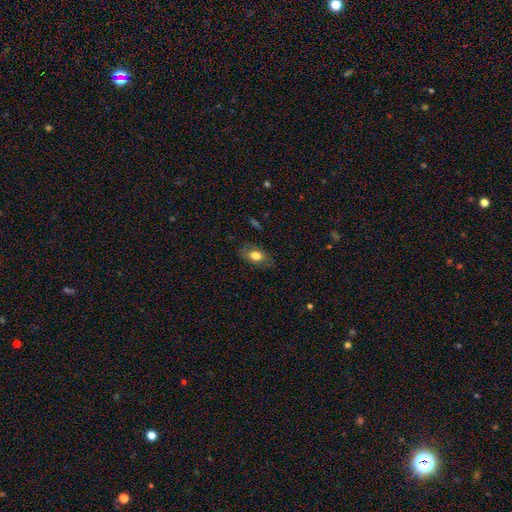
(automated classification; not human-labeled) Smooth or featured?
  - smooth: 73% *
  - featured or disk: 19%
  - star or artifact: 8%
How rounded?
  - in between: 87% *
  - round: 11%
  - cigar-shaped: 3%
Merging?
  - none: 77% *
  - minor disturbance: 16%
  - major disturbance: 5%
  - merger: 1%